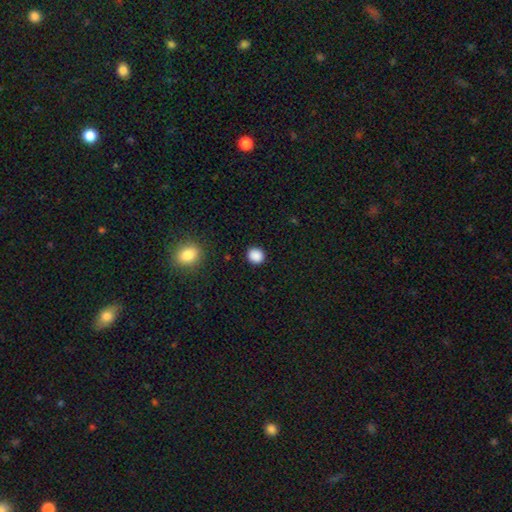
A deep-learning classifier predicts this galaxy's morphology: smooth-or-featured: smooth: 88% | star or artifact: 10% | featured or disk: 3%
  how-rounded: round: 85% | in between: 14% | cigar-shaped: 1%
  merging: none: 90% | minor disturbance: 6% | major disturbance: 2% | merger: 1%